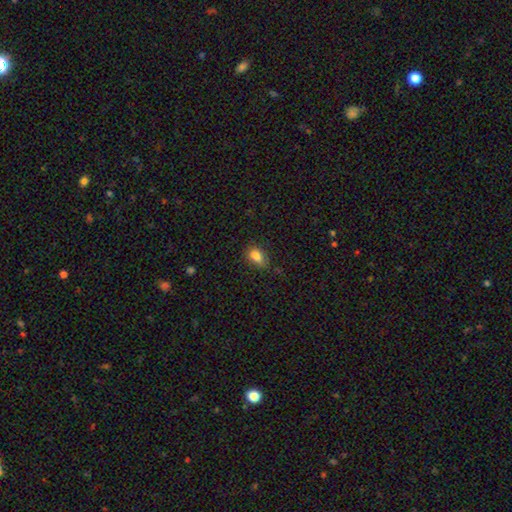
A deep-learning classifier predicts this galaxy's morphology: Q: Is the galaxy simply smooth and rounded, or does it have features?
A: smooth — 84%.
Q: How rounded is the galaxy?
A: in between — 83%.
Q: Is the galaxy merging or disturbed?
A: none — 66%.